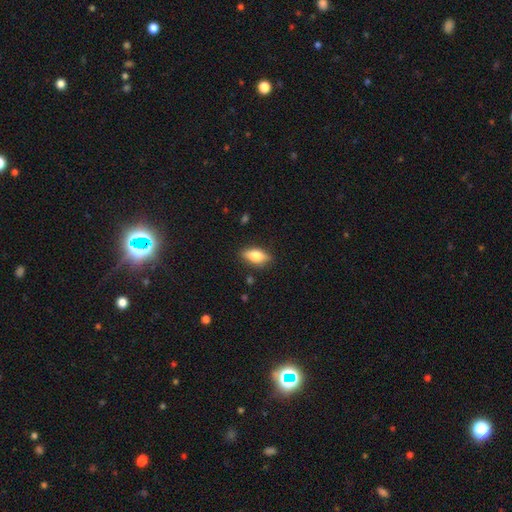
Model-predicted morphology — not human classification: A smooth galaxy with no disk features (73%) that is in between round and cigar-shaped (82%).

Vote fractions:
- Smooth or featured? smooth: 73% / featured or disk: 20% / star or artifact: 7%
- How rounded? in between: 82% / cigar-shaped: 14% / round: 4%
- Merging? none: 84% / minor disturbance: 12% / major disturbance: 2% / merger: 1%